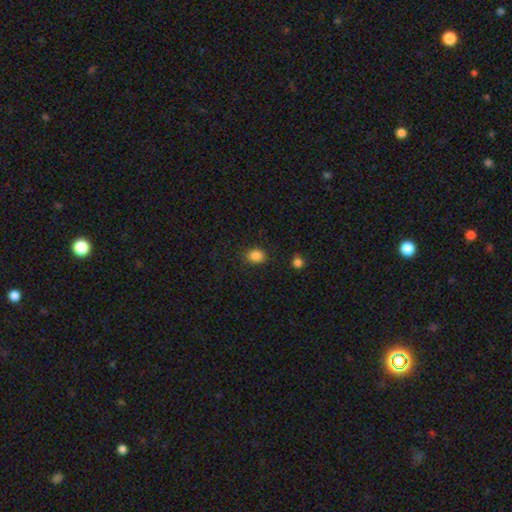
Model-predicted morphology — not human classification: This is clearly a smooth galaxy (85%). How rounded: possibly round (59%). Merging: clearly none (84%).